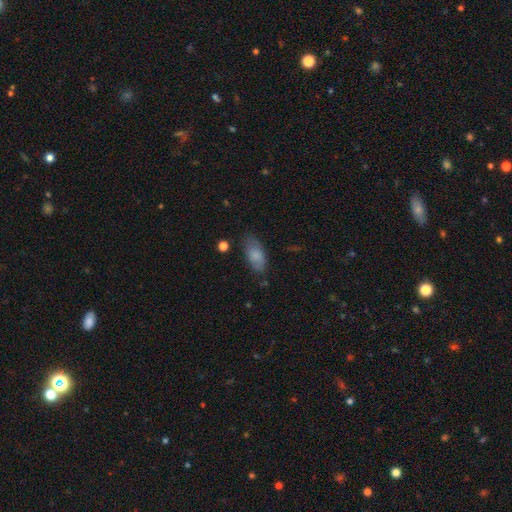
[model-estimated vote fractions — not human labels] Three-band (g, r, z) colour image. It shows a smooth galaxy with no disk features (79%) that is in between round and cigar-shaped (89%). Merging: none (66%).